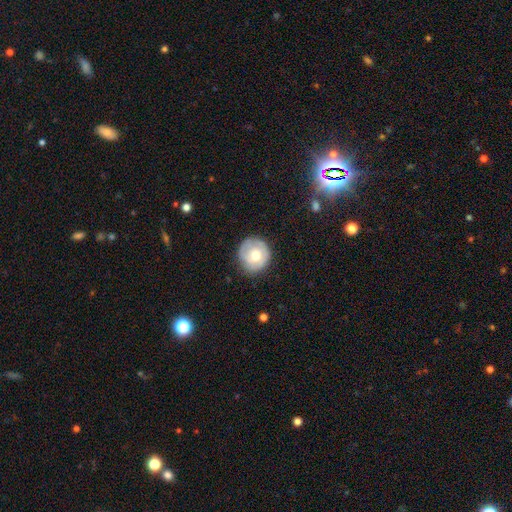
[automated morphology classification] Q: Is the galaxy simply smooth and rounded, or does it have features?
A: smooth — 50%.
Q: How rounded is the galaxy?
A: round — 91%.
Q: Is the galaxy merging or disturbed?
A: none — 78%.